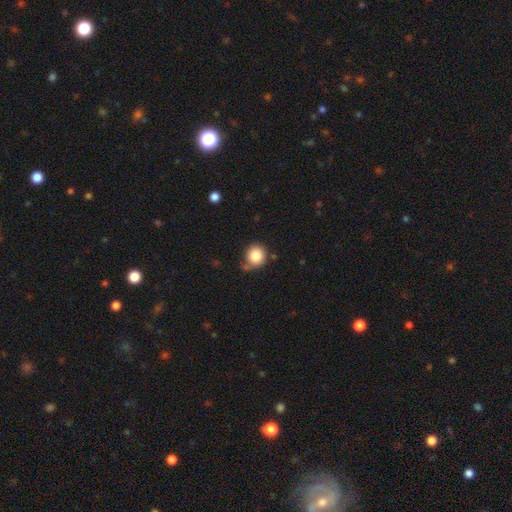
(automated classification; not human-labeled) Smooth or featured: smooth — 84% (star or artifact — 9%)
How rounded: round — 87% (in between — 12%)
Merging: none — 64% (minor disturbance — 22%)